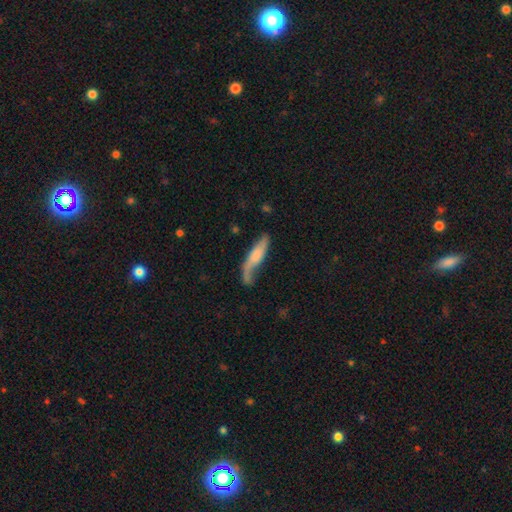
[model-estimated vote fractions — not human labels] This is possibly a smooth galaxy (50%). Merging: marginally none (45%).